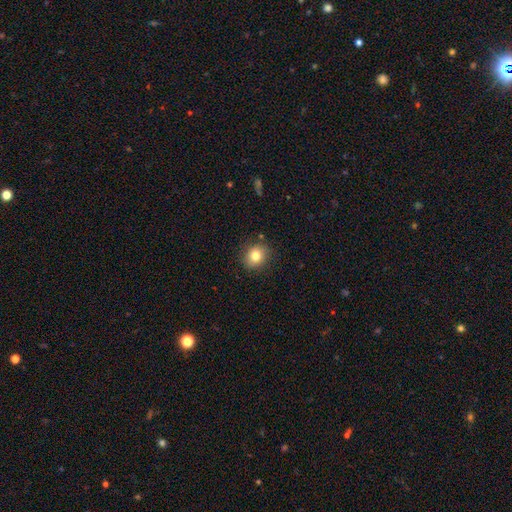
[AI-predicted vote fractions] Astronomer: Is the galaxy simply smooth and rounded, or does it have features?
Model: smooth — 80%.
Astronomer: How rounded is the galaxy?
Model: round — 73%.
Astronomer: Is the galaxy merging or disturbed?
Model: none — 87%.